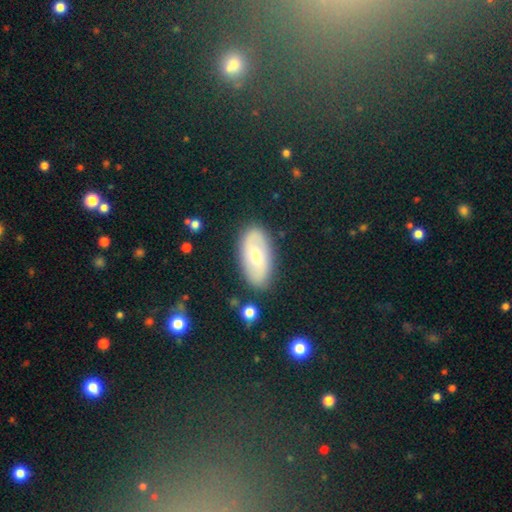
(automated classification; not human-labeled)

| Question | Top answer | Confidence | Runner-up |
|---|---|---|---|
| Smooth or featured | featured or disk | 51% | smooth (42%) |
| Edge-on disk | no | 90% | yes (10%) |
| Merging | none | 84% | minor disturbance (10%) |